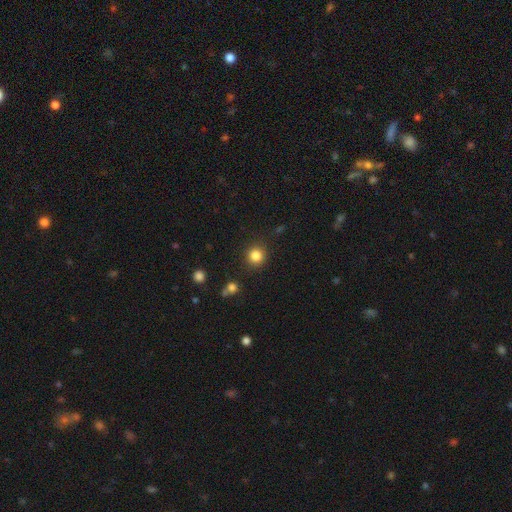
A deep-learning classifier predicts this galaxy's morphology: A smooth galaxy with no disk features (84%) that is round (92%). Merging: none (89%).